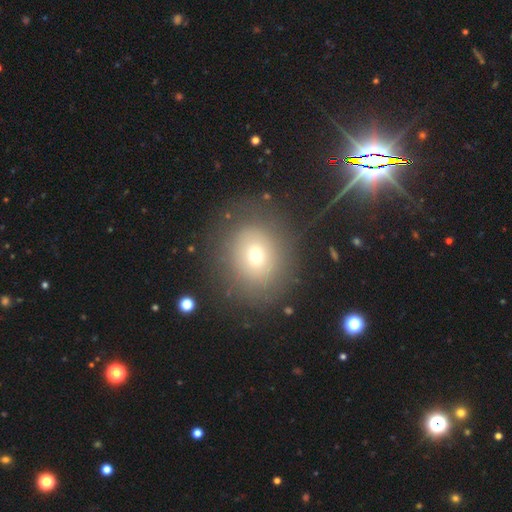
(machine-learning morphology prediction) A smooth galaxy with no disk features (64%) that is round (73%). Merging: none (80%).